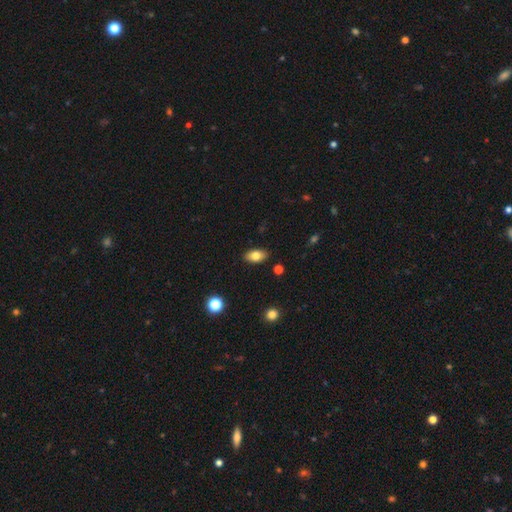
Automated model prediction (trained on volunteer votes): Morphology: type=smooth (78%); roundness=in between (90%); merging=none (88%).